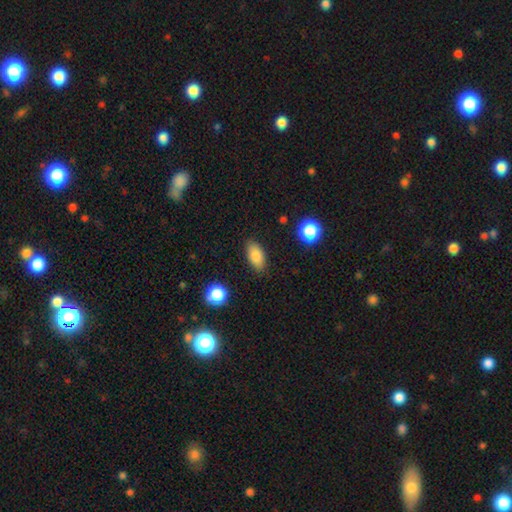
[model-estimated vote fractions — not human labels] This is clearly a smooth galaxy (84%). How rounded: clearly in between (89%). Merging: clearly none (85%).